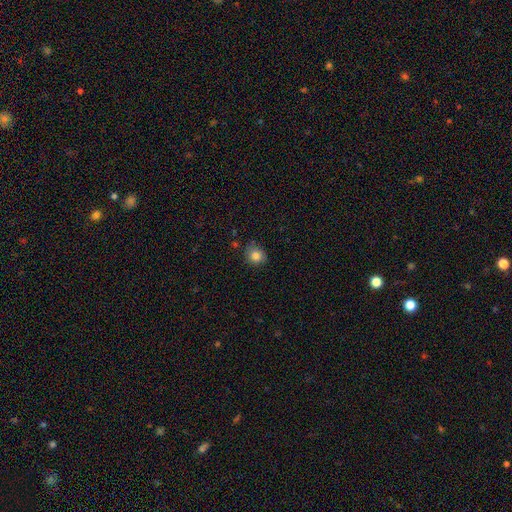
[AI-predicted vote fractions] This appears to be a smooth galaxy with no disk features (83%) that is round (83%). Merging: none (79%).